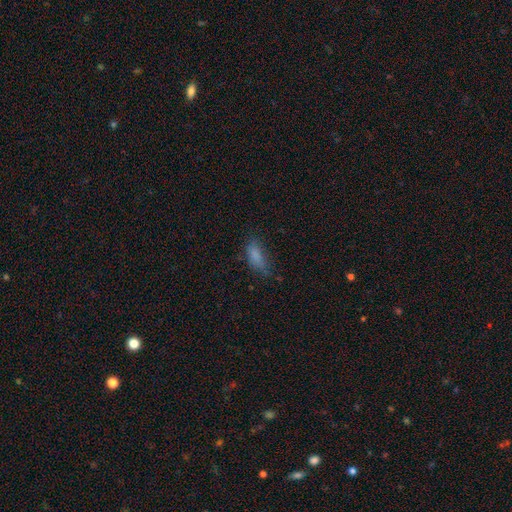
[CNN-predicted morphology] smooth_or_featured: smooth (p=0.80) [alt: star or artifact p=0.11]
how_rounded: in between (p=0.75) [alt: cigar-shaped p=0.22]
merging: none (p=0.58) [alt: minor disturbance p=0.28]